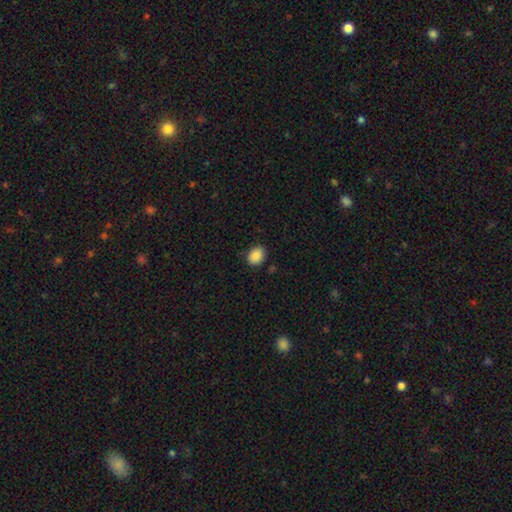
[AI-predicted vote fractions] Smooth or featured: smooth — 88% (star or artifact — 9%)
How rounded: in between — 54% (round — 45%)
Merging: none — 85% (minor disturbance — 11%)